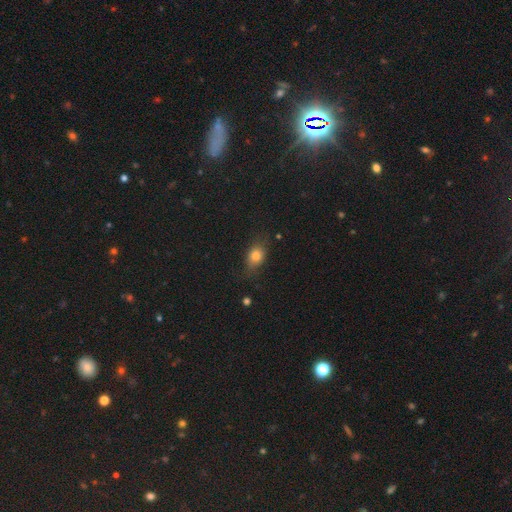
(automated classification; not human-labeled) smooth_or_featured: smooth (p=0.77) [alt: star or artifact p=0.12]
how_rounded: in between (p=0.62) [alt: round p=0.35]
merging: none (p=0.71) [alt: minor disturbance p=0.21]